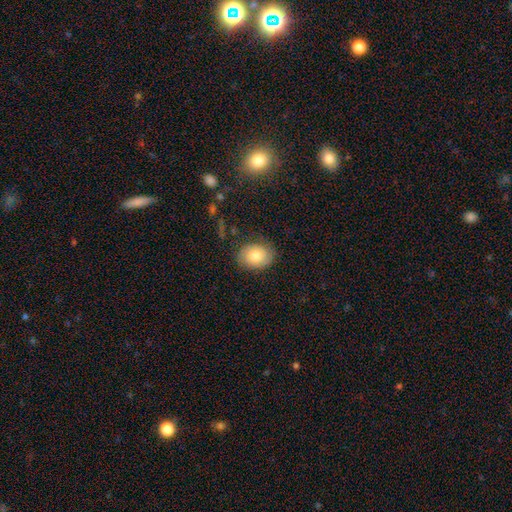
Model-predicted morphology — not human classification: Smooth or featured? Predicted: smooth (p=0.69). How rounded? Predicted: in between (p=0.61). Merging? Predicted: none (p=0.79).